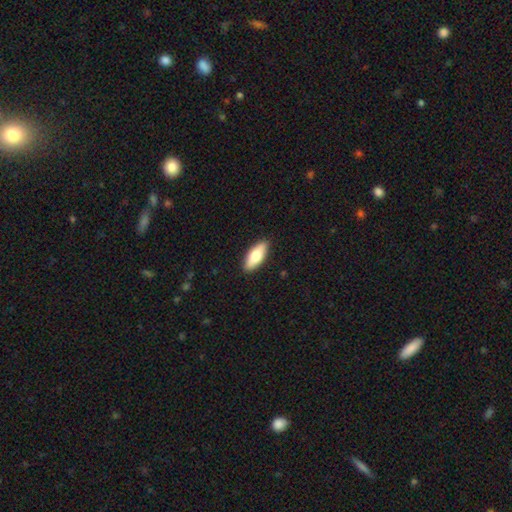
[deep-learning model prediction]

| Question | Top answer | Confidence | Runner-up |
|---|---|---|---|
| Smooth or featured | smooth | 73% | featured or disk (21%) |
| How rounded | in between | 75% | cigar-shaped (22%) |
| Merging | none | 90% | minor disturbance (8%) |